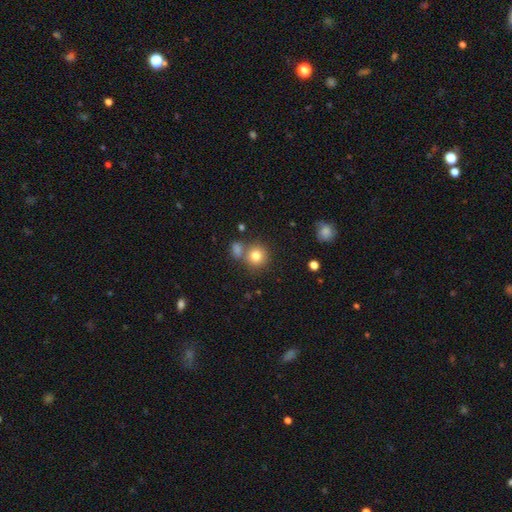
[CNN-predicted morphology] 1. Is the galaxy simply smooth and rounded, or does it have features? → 81% smooth, 11% star or artifact, 9% featured or disk.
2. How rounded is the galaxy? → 88% round, 11% in between, 1% cigar-shaped.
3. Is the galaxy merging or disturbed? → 64% none, 23% merger, 10% minor disturbance, 4% major disturbance.